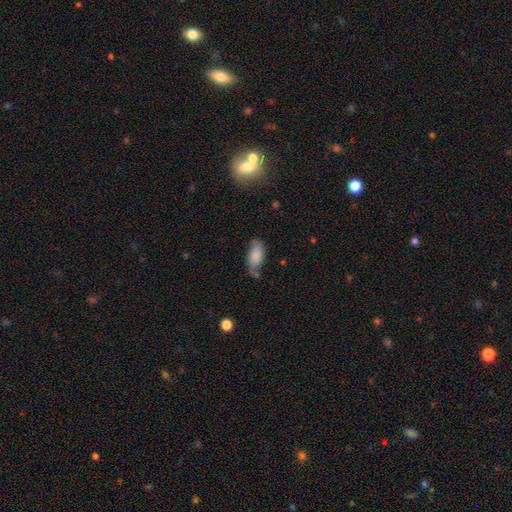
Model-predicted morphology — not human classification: This appears to be a smooth galaxy with no disk features (78%) that is in between round and cigar-shaped (89%). Merging: none (55%).